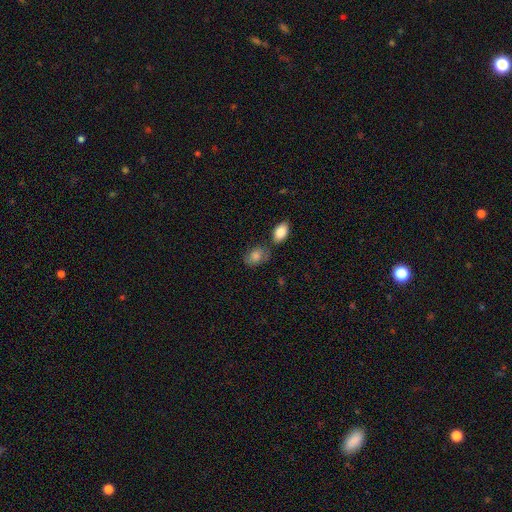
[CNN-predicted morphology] smooth_or_featured: smooth (p=0.75) [alt: featured or disk p=0.16]
how_rounded: in between (p=0.81) [alt: round p=0.17]
merging: none (p=0.59) [alt: minor disturbance p=0.21]